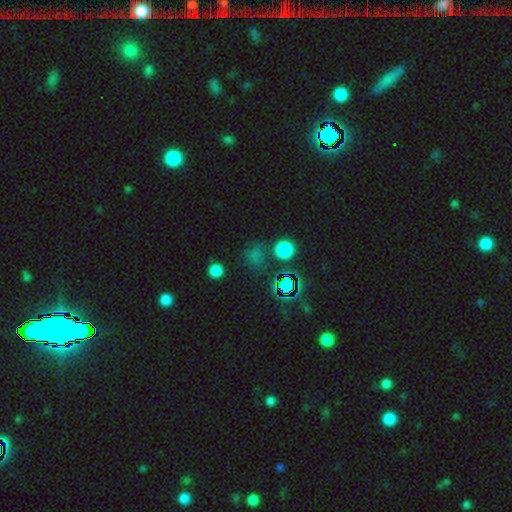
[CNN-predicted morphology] smooth_or_featured: smooth (p=0.50) [alt: star or artifact p=0.42]
how_rounded: round (p=0.82) [alt: in between p=0.16]
merging: none (p=0.69) [alt: minor disturbance p=0.14]